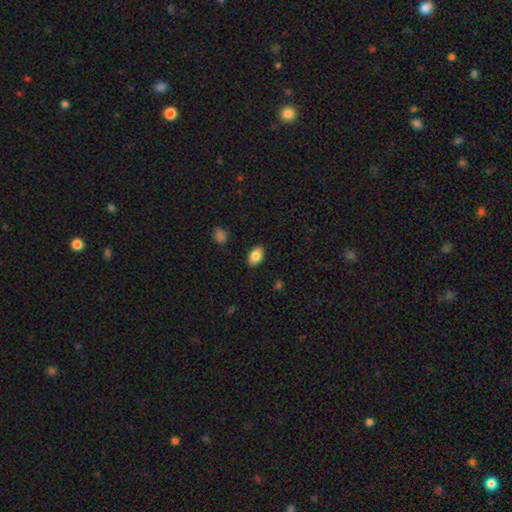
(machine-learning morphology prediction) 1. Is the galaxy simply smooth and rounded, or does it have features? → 86% smooth, 8% star or artifact, 7% featured or disk.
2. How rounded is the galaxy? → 90% in between, 9% round, 1% cigar-shaped.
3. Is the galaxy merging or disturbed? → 88% none, 9% minor disturbance, 2% major disturbance, 1% merger.